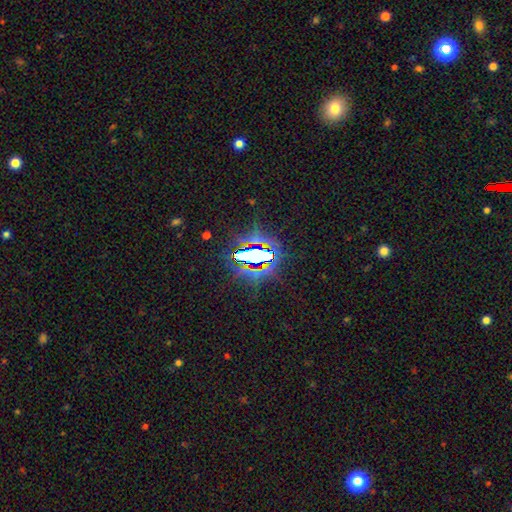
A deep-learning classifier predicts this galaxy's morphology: This is likely a star or artifact rather than a galaxy (72%).